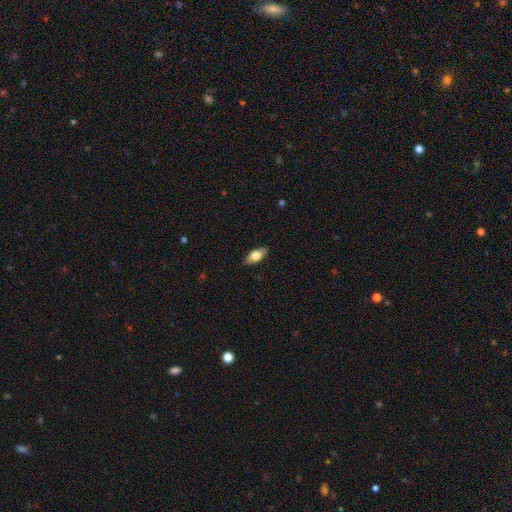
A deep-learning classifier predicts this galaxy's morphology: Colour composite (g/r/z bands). It shows a smooth galaxy with no disk features (69%) that is in between round and cigar-shaped (84%). Merging: none (86%).